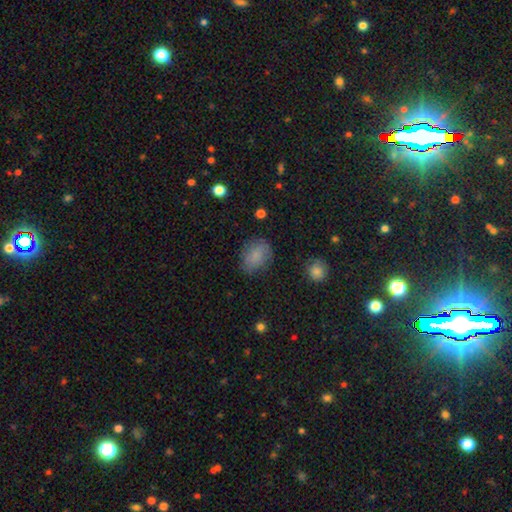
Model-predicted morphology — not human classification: This is likely a smooth galaxy (80%). How rounded: likely in between (61%). Merging: likely none (74%).